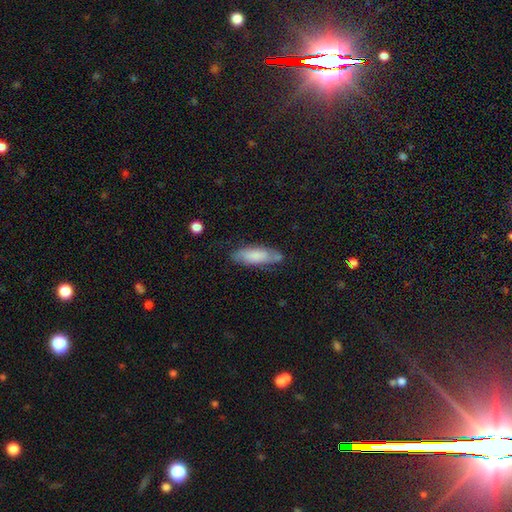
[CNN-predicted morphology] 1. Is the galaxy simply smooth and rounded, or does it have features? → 70% smooth, 23% featured or disk, 6% star or artifact.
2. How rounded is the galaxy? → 60% in between, 39% cigar-shaped, 2% round.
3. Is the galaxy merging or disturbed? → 70% none, 22% minor disturbance, 5% major disturbance, 3% merger.